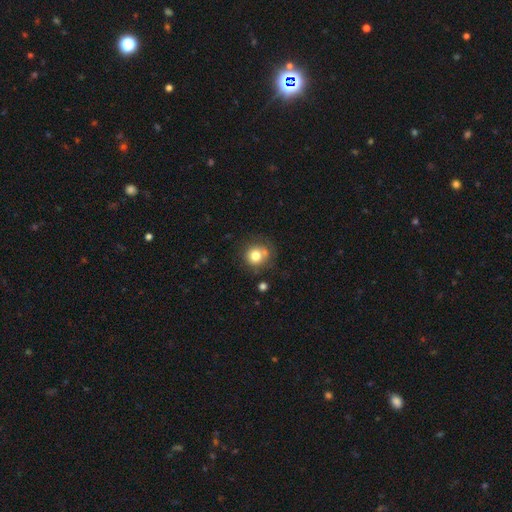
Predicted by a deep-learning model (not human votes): Morphology: type=smooth (77%); roundness=round (88%); merging=none (65%).